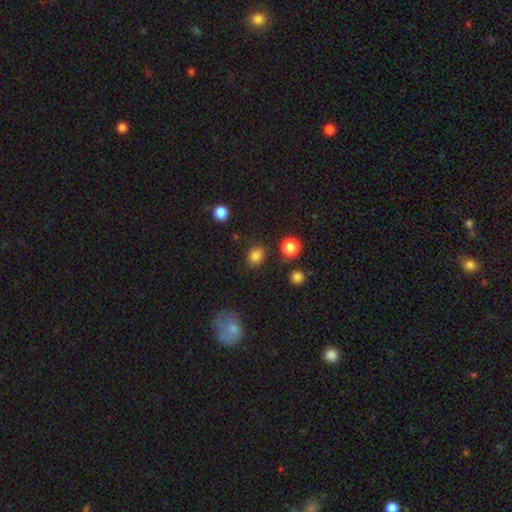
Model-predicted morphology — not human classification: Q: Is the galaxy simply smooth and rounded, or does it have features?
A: smooth — 83%.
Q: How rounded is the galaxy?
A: round — 66%.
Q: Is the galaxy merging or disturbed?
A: none — 83%.